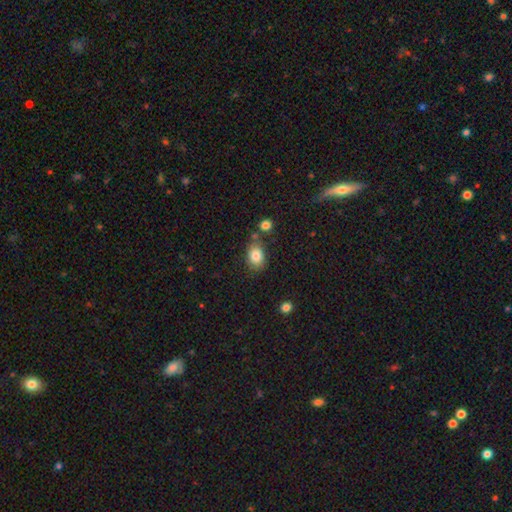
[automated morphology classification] smooth-or-featured: smooth: 83% | star or artifact: 9% | featured or disk: 8%
  how-rounded: in between: 69% | round: 29% | cigar-shaped: 1%
  merging: none: 68% | minor disturbance: 16% | merger: 12% | major disturbance: 4%